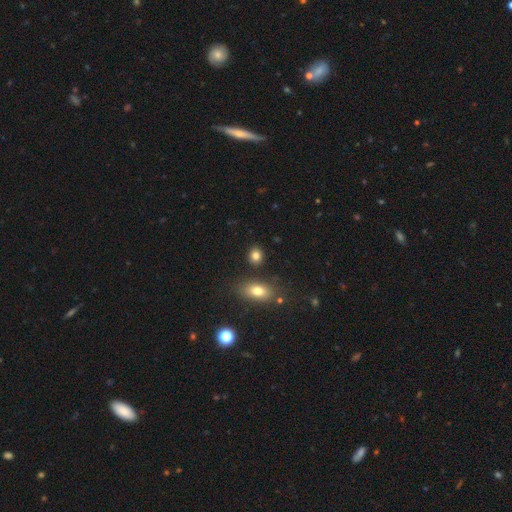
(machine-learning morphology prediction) This is clearly a smooth galaxy (83%). How rounded: likely round (63%). Merging: clearly none (84%).